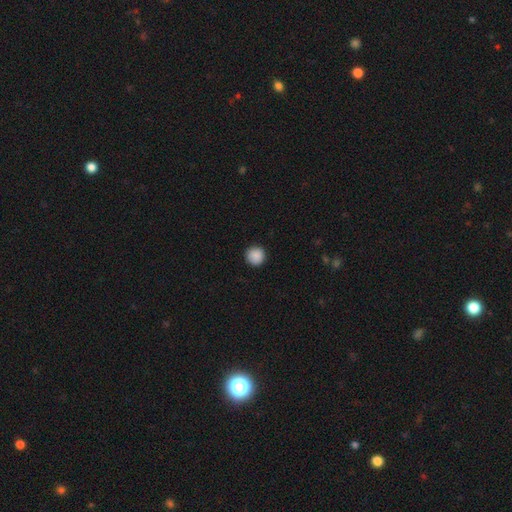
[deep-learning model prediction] smooth-or-featured: smooth: 89% | star or artifact: 8% | featured or disk: 3%
  how-rounded: round: 95% | in between: 4% | cigar-shaped: 1%
  merging: none: 91% | minor disturbance: 6% | major disturbance: 2% | merger: 1%